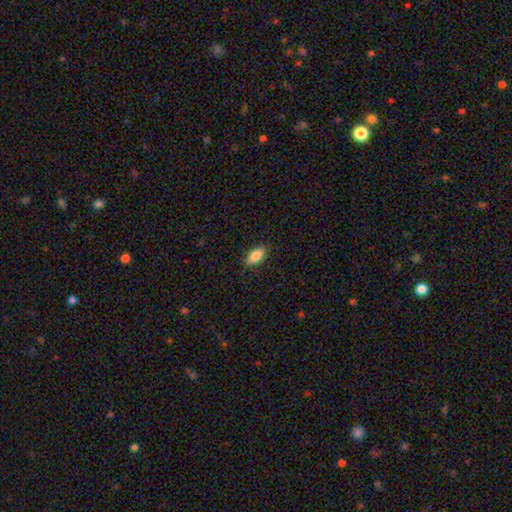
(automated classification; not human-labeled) Smooth or featured? smooth (86%)
How rounded? in between (89%)
Merging? none (85%)